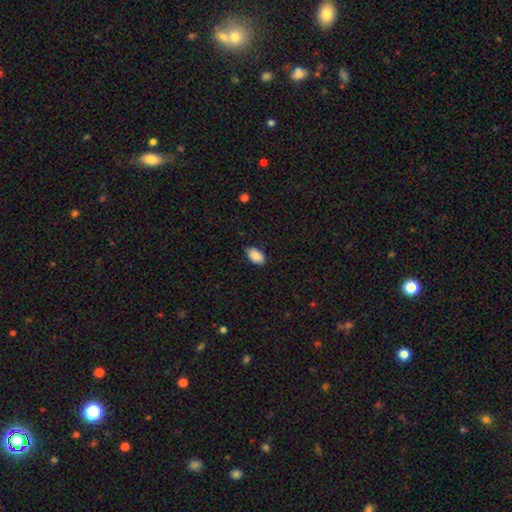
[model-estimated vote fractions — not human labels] Smooth or featured?
  - smooth: 90% *
  - star or artifact: 7%
  - featured or disk: 4%
How rounded?
  - in between: 94% *
  - round: 4%
  - cigar-shaped: 2%
Merging?
  - none: 84% *
  - minor disturbance: 13%
  - major disturbance: 2%
  - merger: 1%